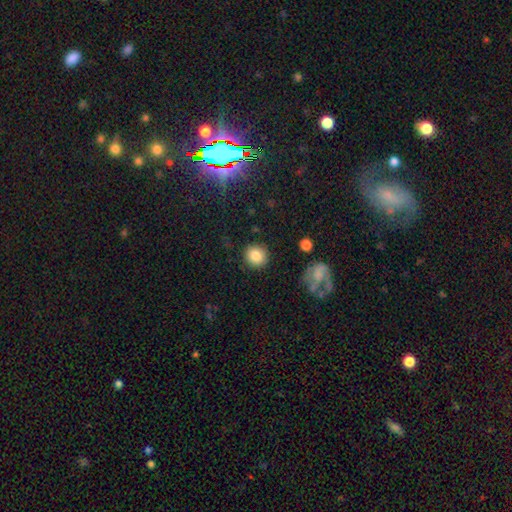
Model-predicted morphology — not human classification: This is clearly a smooth galaxy (85%). How rounded: clearly round (88%). Merging: clearly none (87%).